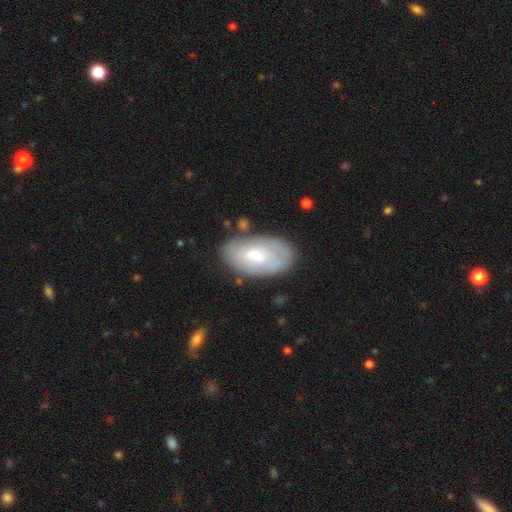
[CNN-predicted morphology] This appears to be a featured or disk galaxy (58%) with no bar (55%), spiral arms (61%) and a small central bulge (50%). Merging: none (76%).